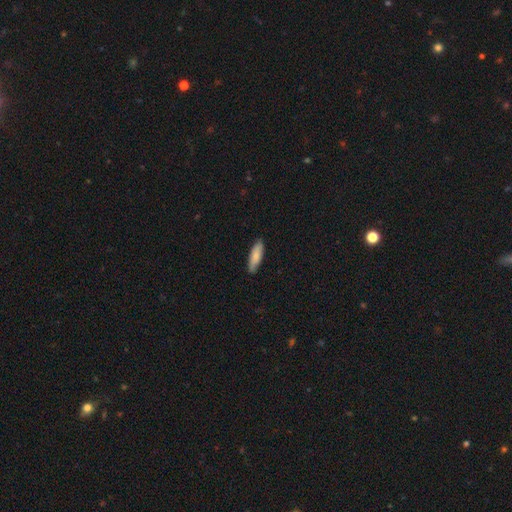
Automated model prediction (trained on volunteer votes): Smooth or featured? Predicted: smooth (p=0.81). How rounded? Predicted: cigar-shaped (p=0.52). Merging? Predicted: none (p=0.87).